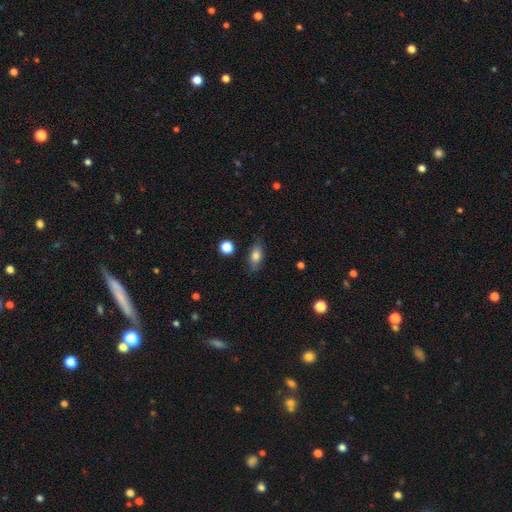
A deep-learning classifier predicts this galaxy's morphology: Smooth or featured? smooth (76%)
How rounded? in between (81%)
Merging? none (79%)